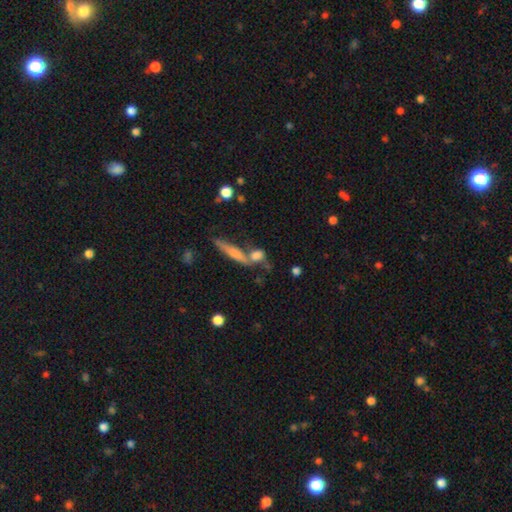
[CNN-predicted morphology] type=smooth (60%); roundness=in between (40%); merging=none (42%).